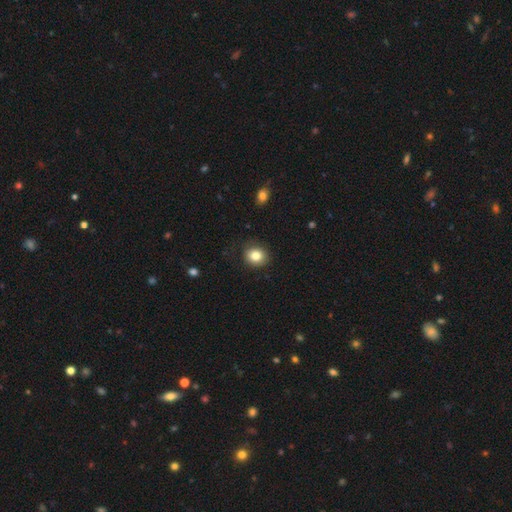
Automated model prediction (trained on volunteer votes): smooth-or-featured: smooth: 83% | star or artifact: 9% | featured or disk: 7%
  how-rounded: round: 71% | in between: 28% | cigar-shaped: 1%
  merging: none: 85% | minor disturbance: 11% | major disturbance: 3% | merger: 1%